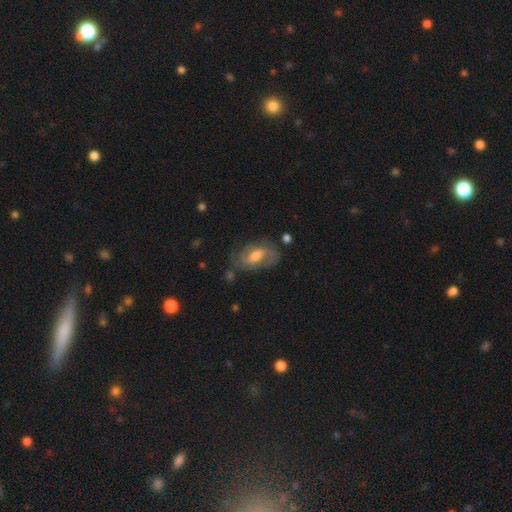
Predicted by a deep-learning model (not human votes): A featured or disk galaxy (79%) with a weak bar (51%), 2 (77%) medium (49%) spiral arms (92%) and a moderate central bulge (60%).

Vote fractions:
- Smooth or featured? featured or disk: 79% / smooth: 15% / star or artifact: 6%
- Edge-on disk? no: 96% / yes: 4%
- Bar? weak: 51% / no: 33% / strong: 16%
- Spiral arms? yes: 92% / no: 8%
- Spiral winding? medium: 49% / tight: 36% / loose: 15%
- Spiral arm count? 2: 77% / can't tell: 12% / 3: 6% / 1: 3% / 4: 2% / more than 4: 2%
- Bulge size? moderate: 60% / large: 20% / small: 16% / none: 3% / dominant: 1%
- Merging? none: 71% / minor disturbance: 19% / major disturbance: 8% / merger: 2%